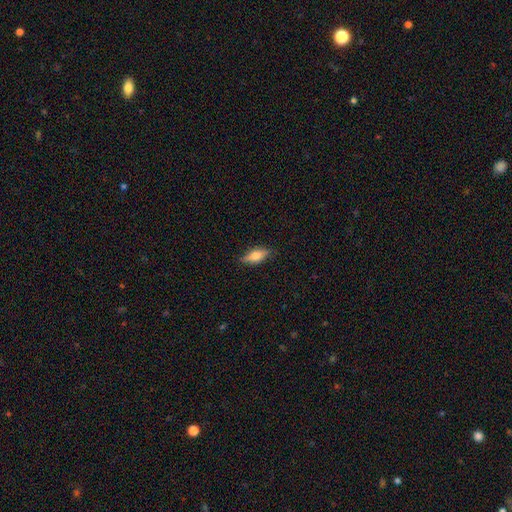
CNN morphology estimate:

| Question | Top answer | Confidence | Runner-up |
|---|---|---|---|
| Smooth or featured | smooth | 58% | featured or disk (35%) |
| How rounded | in between | 68% | cigar-shaped (28%) |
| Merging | none | 82% | minor disturbance (14%) |